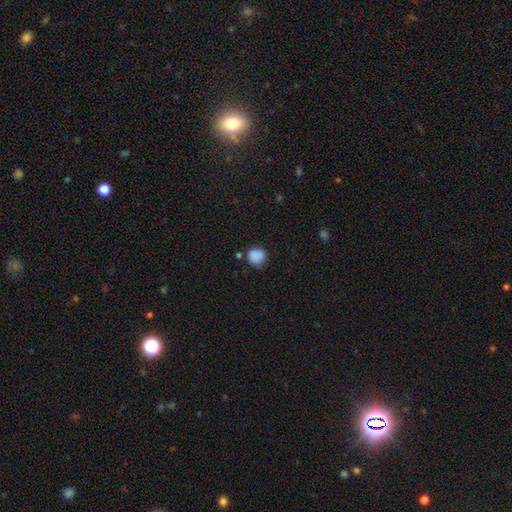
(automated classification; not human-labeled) Smooth or featured? smooth (85%)
How rounded? round (86%)
Merging? none (69%)